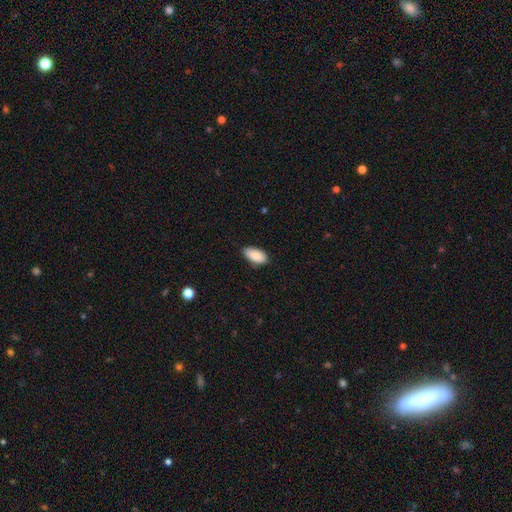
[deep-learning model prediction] A smooth galaxy with no disk features (88%) that is in between round and cigar-shaped (93%).

Vote fractions:
- Smooth or featured? smooth: 88% / star or artifact: 6% / featured or disk: 5%
- How rounded? in between: 93% / cigar-shaped: 5% / round: 2%
- Merging? none: 81% / minor disturbance: 16% / major disturbance: 2% / merger: 1%